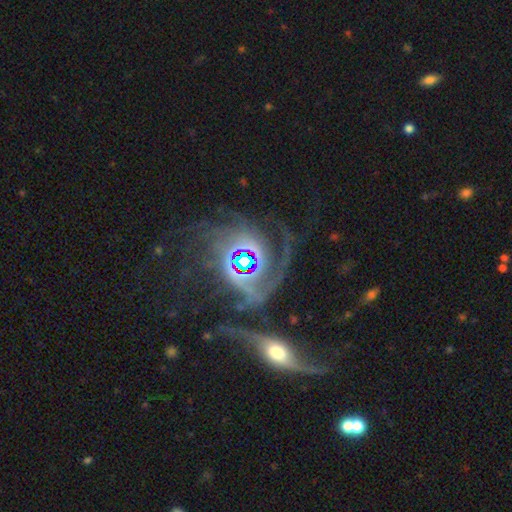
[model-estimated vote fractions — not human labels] Smooth or featured? Predicted: featured or disk (p=0.80). Edge-on disk? Predicted: no (p=0.94). Bar? Predicted: no (p=0.51). Spiral arms? Predicted: yes (p=0.90). Spiral winding? Predicted: medium (p=0.39). Spiral arm count? Predicted: 2 (p=0.44). Bulge size? Predicted: moderate (p=0.51). Merging? Predicted: none (p=0.39).